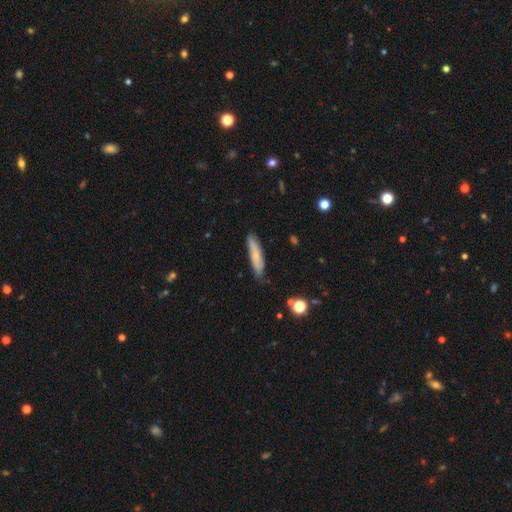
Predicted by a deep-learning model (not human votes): This is likely a smooth galaxy (69%). How rounded: clearly cigar-shaped (85%). Merging: clearly none (80%).